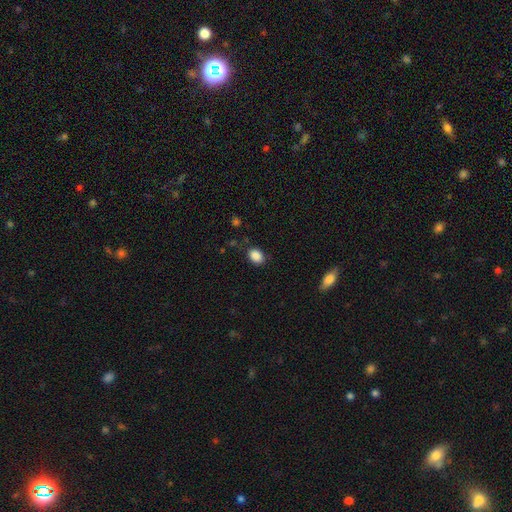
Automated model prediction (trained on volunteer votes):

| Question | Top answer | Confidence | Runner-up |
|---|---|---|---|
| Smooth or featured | smooth | 88% | star or artifact (9%) |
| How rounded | in between | 67% | round (32%) |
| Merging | none | 83% | minor disturbance (13%) |